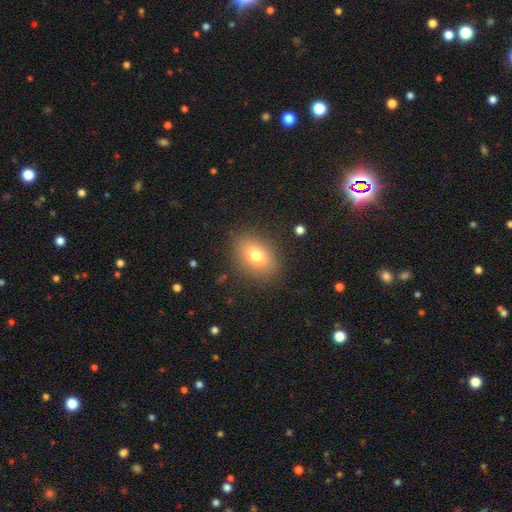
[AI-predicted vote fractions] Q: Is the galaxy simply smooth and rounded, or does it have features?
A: smooth — 75%.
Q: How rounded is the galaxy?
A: in between — 72%.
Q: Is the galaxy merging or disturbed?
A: none — 85%.